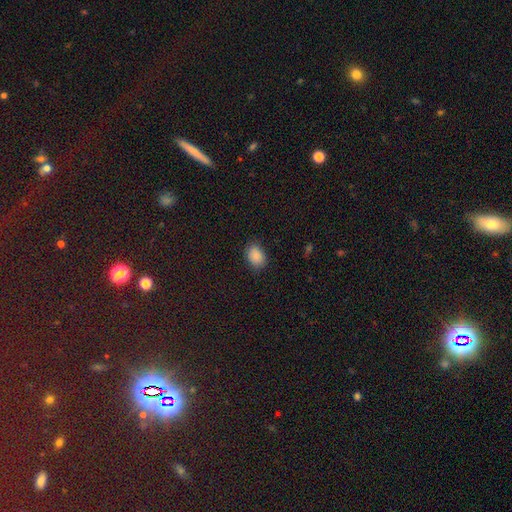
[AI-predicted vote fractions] Morphology: type=smooth (88%); roundness=in between (74%); merging=none (83%).